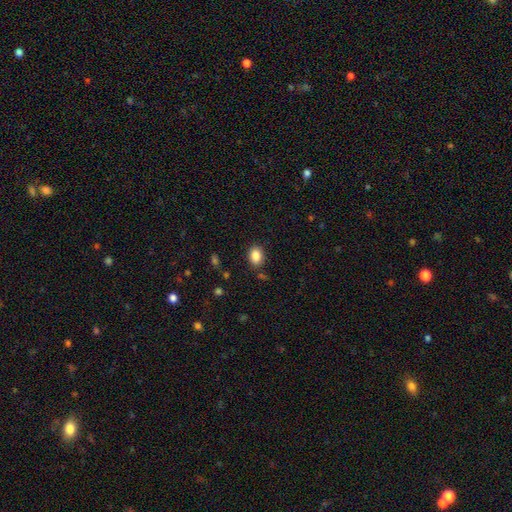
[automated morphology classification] Smooth or featured? smooth (87%)
How rounded? in between (75%)
Merging? none (83%)